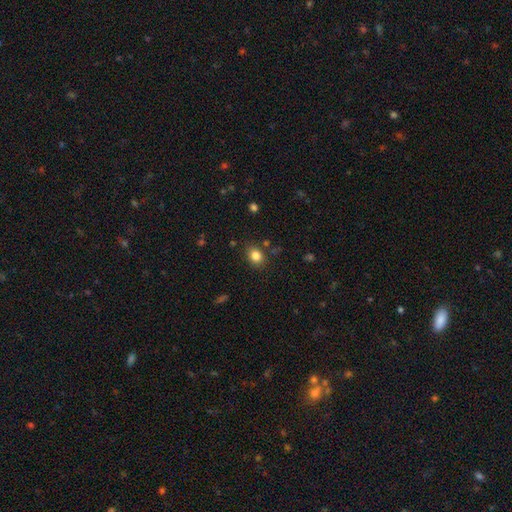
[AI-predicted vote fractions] Morphology: type=smooth (83%); roundness=round (50%); merging=none (82%).